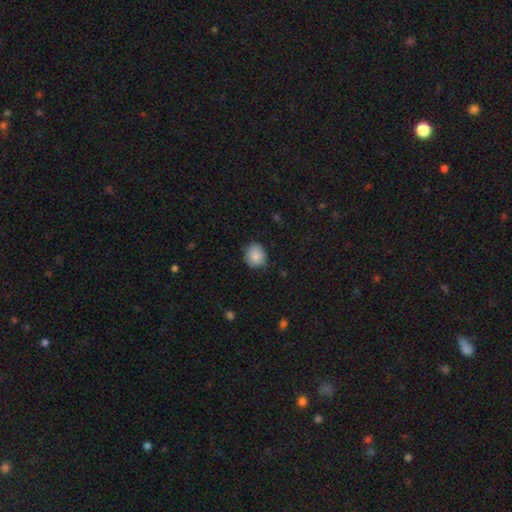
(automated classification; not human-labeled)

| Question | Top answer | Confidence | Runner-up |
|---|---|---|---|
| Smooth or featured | smooth | 88% | star or artifact (8%) |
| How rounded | round | 68% | in between (31%) |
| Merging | none | 78% | minor disturbance (18%) |